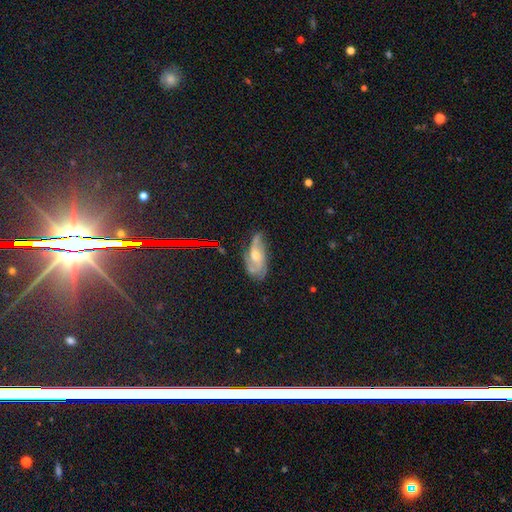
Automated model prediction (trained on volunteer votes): Morphology: type=featured or disk (74%); edge-on=no (93%); bar=no (60%); spiral arms=yes (93%); winding=medium (46%); arm count=2 (36%); bulge=moderate (62%); merging=none (59%).